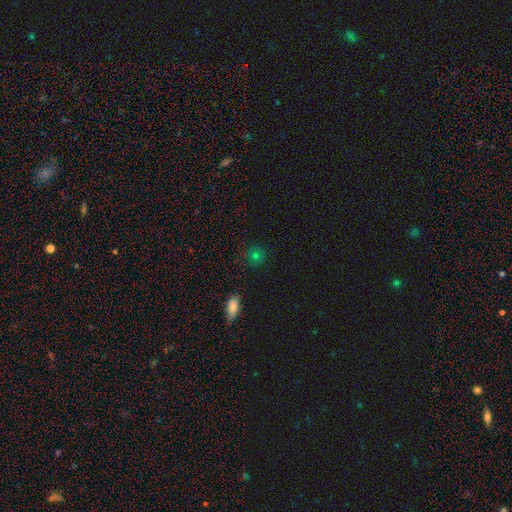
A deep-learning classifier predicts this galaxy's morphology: The model was most divided on "smooth or featured": smooth: 70%, star or artifact: 21%, featured or disk: 9%. More confident: how rounded — round (87%); merging — none (82%).